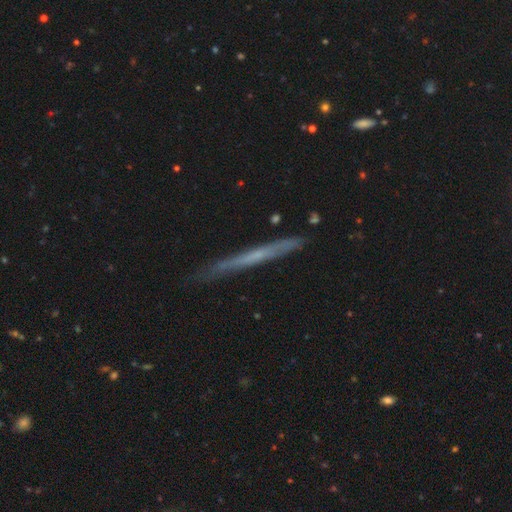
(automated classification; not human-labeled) Overall: featured or disk (56%; smooth 36%). Edge-on disk: yes (95%). Edge-on bulge: none (81%). Merging: none (83%).